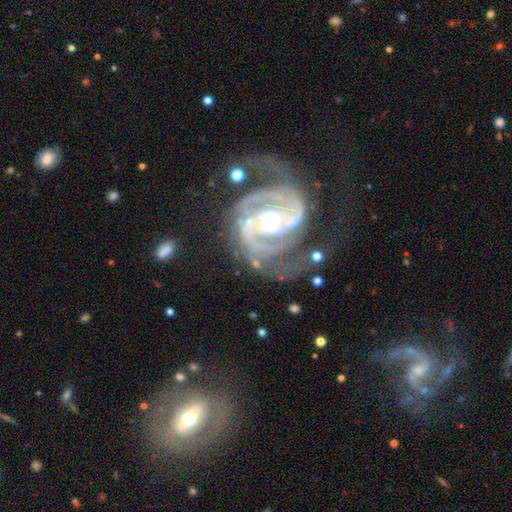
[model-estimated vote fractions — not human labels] Q: Smooth or featured?
A: featured or disk (91%); runner-up: star or artifact (5%)
Q: Edge-on disk?
A: no (98%); runner-up: yes (2%)
Q: Bar?
A: weak (40%); runner-up: no (34%)
Q: Spiral arms?
A: yes (97%); runner-up: no (3%)
Q: Spiral winding?
A: tight (46%); runner-up: medium (44%)
Q: Spiral arm count?
A: 2 (76%); runner-up: 3 (9%)
Q: Bulge size?
A: moderate (62%); runner-up: small (27%)
Q: Merging?
A: none (56%); runner-up: minor disturbance (20%)